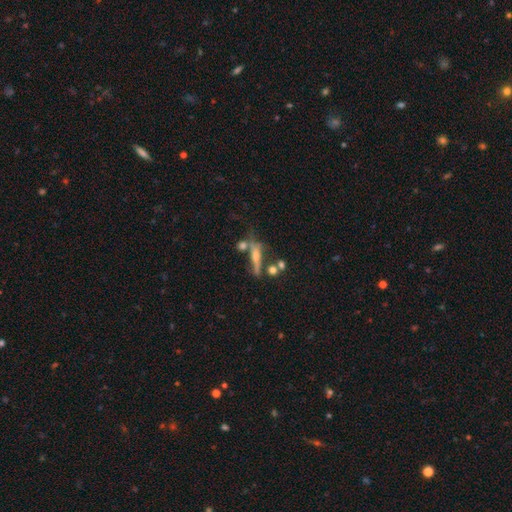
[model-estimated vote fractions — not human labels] featured or disk 49%, smooth 38%, star or artifact 13%. Down the decision tree: merging — none (45%).